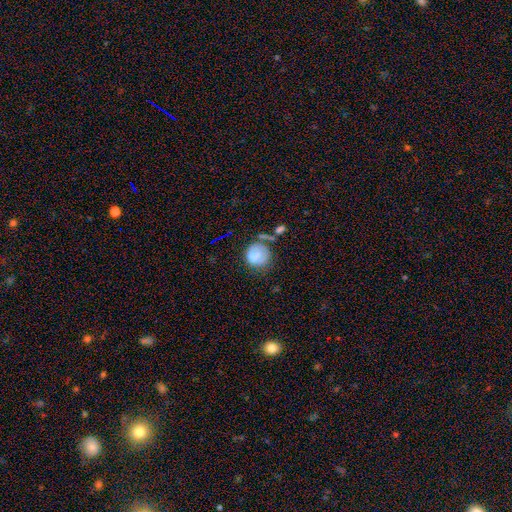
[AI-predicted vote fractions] Smooth or featured? smooth (68%)
How rounded? round (81%)
Merging? none (45%)